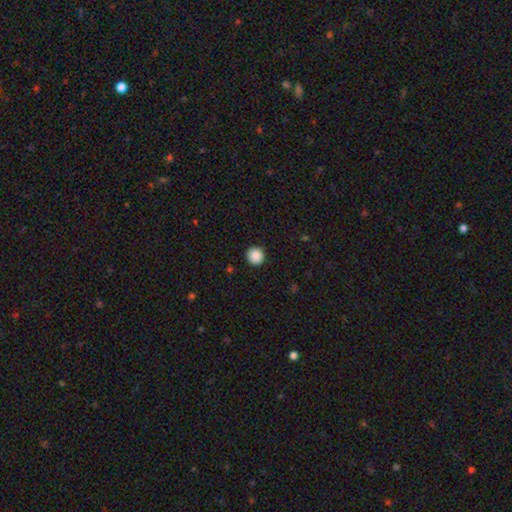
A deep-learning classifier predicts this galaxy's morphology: A smooth galaxy with no disk features (89%) that is round (95%).

Vote fractions:
- Smooth or featured? smooth: 89% / star or artifact: 9% / featured or disk: 2%
- How rounded? round: 95% / in between: 4% / cigar-shaped: 1%
- Merging? none: 92% / minor disturbance: 5% / major disturbance: 2% / merger: 1%